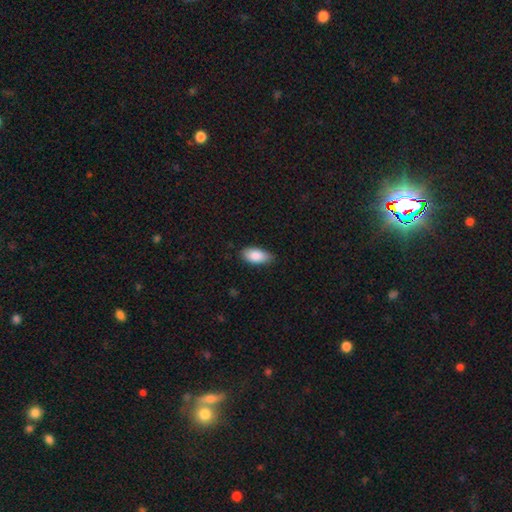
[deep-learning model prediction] Morphology: type=smooth (88%); roundness=in between (91%); merging=none (79%).